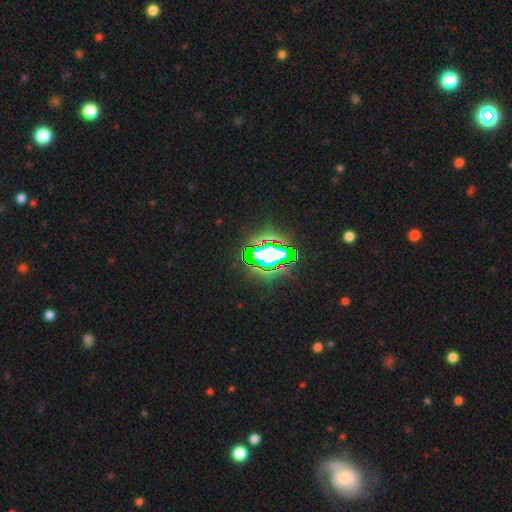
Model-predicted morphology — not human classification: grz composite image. It shows a star or artifact, not a galaxy (77%).